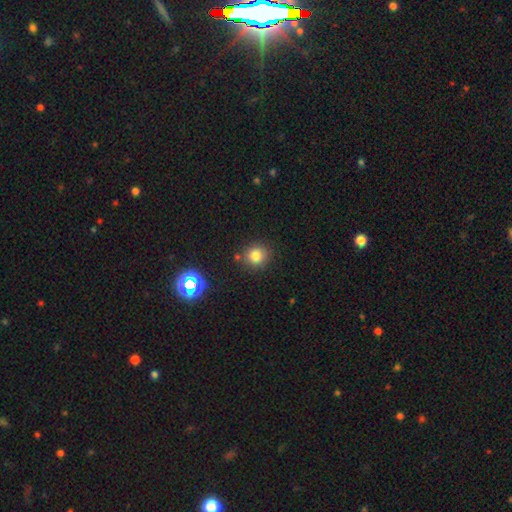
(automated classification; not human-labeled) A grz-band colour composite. It shows a smooth galaxy with no disk features (79%) that is round (90%). Merging: none (85%).